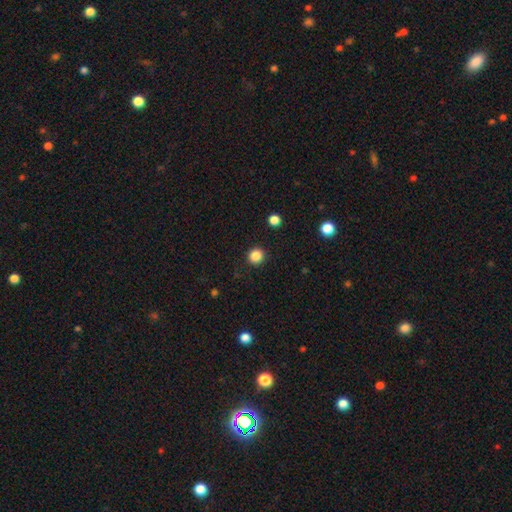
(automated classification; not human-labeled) The model was most divided on "smooth or featured": smooth: 85%, star or artifact: 11%, featured or disk: 3%. More confident: how rounded — round (92%); merging — none (92%).